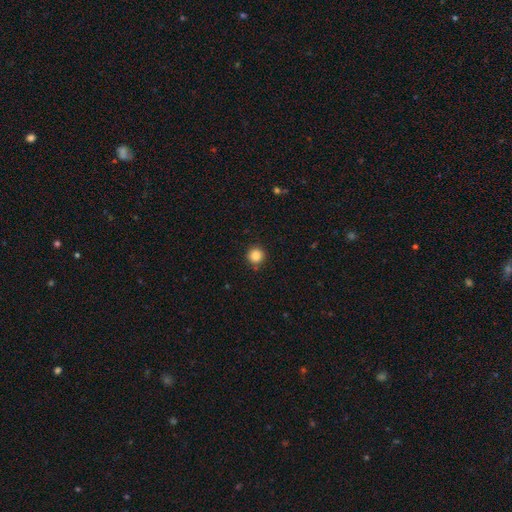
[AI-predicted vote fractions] This is clearly a smooth galaxy (85%). How rounded: clearly round (95%). Merging: clearly none (89%).